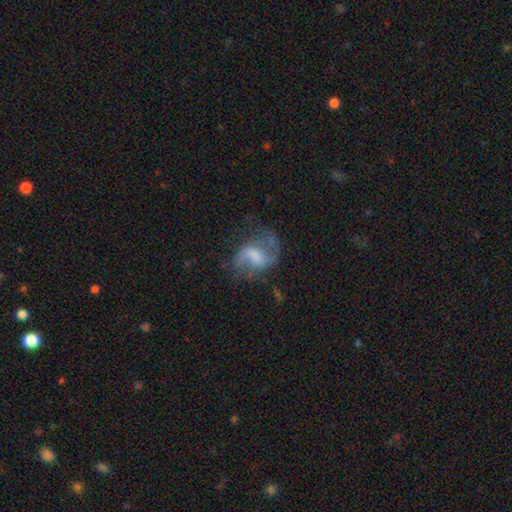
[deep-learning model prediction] smooth-or-featured: featured or disk: 71% | smooth: 20% | star or artifact: 8%
  disk-edge-on: no: 97% | yes: 3%
    bar: weak: 51% | no: 27% | strong: 22%
    has-spiral-arms: yes: 87% | no: 13%
      spiral-winding: loose: 49% | medium: 41% | tight: 10%
      spiral-arm-count: 2: 80% | can't tell: 8% | 1: 7% | 3: 2% | 4: 1% | more than 4: 1%
    bulge-size: moderate: 31% | none: 30% | small: 21% | large: 16% | dominant: 2%
  merging: none: 51% | major disturbance: 24% | minor disturbance: 22% | merger: 3%